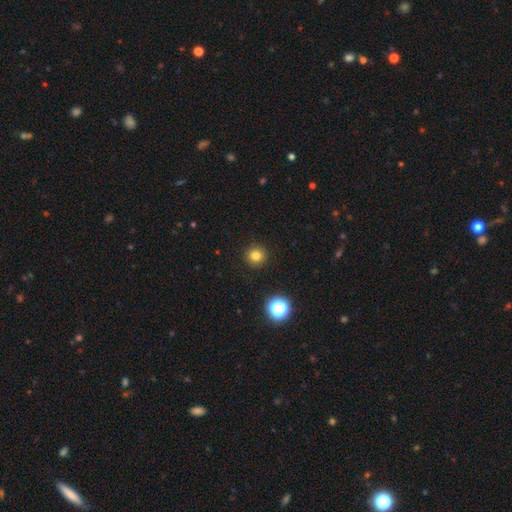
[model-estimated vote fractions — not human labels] Q: Smooth or featured?
A: smooth (80%); runner-up: star or artifact (15%)
Q: How rounded?
A: round (95%); runner-up: in between (4%)
Q: Merging?
A: none (92%); runner-up: minor disturbance (5%)